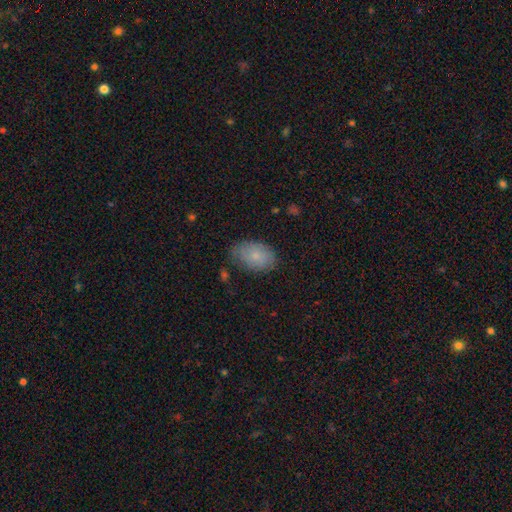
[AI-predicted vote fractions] Morphology: type=smooth (80%); roundness=in between (88%); merging=none (68%).